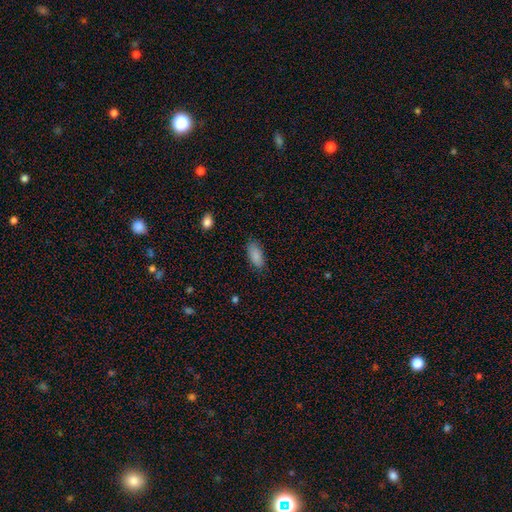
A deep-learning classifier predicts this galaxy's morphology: This appears to be a smooth galaxy with no disk features (88%) that is in between round and cigar-shaped (87%). Merging: none (81%).